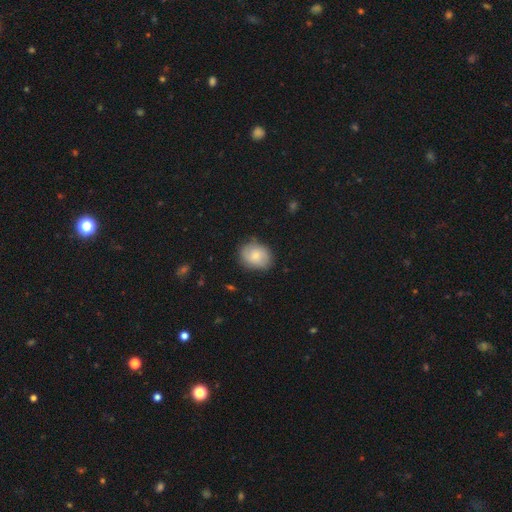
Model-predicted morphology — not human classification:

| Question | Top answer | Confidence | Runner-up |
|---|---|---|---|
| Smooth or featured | smooth | 64% | featured or disk (29%) |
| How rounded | round | 50% | in between (49%) |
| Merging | none | 78% | minor disturbance (17%) |